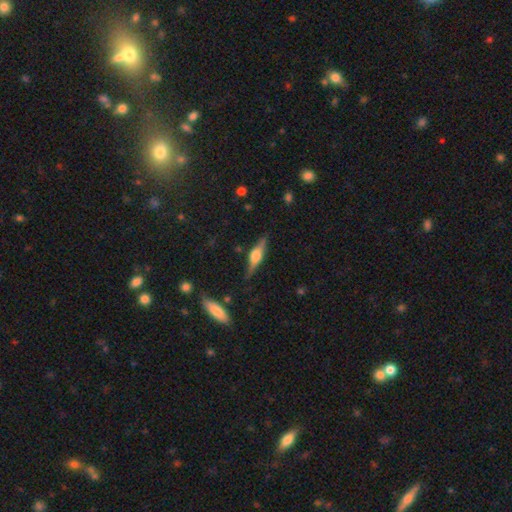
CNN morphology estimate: featured or disk 72%, smooth 22%, star or artifact 7%. Down the decision tree: edge-on disk — yes (97%); edge-on bulge — rounded (89%); merging — none (84%).